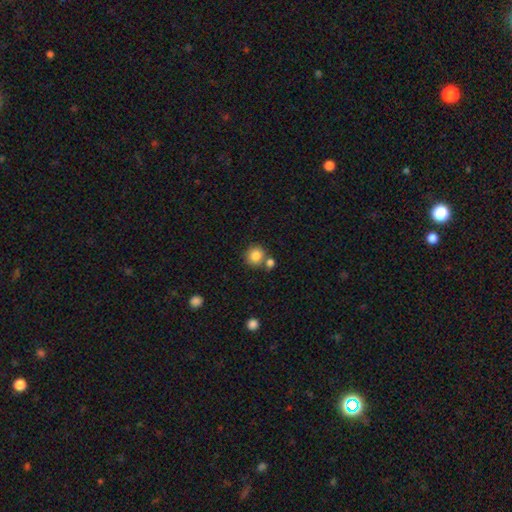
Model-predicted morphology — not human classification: The model was most divided on "merging": none: 65%, merger: 22%, minor disturbance: 10%, major disturbance: 3%. More confident: how rounded — round (89%); smooth or featured — smooth (84%).